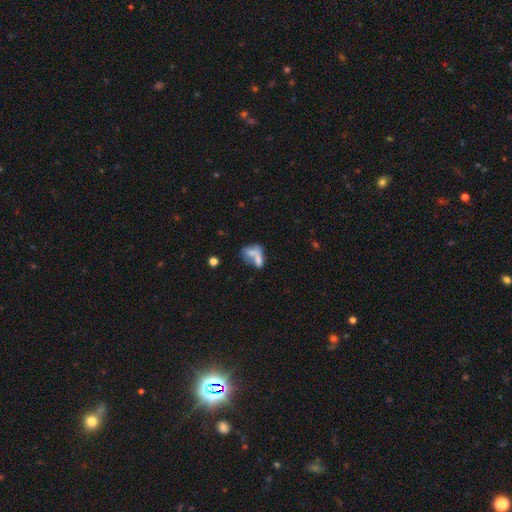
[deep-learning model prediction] The model was most divided on "smooth or featured": smooth: 63%, featured or disk: 27%, star or artifact: 11%. More confident: how rounded — in between (75%); merging — merger (60%).